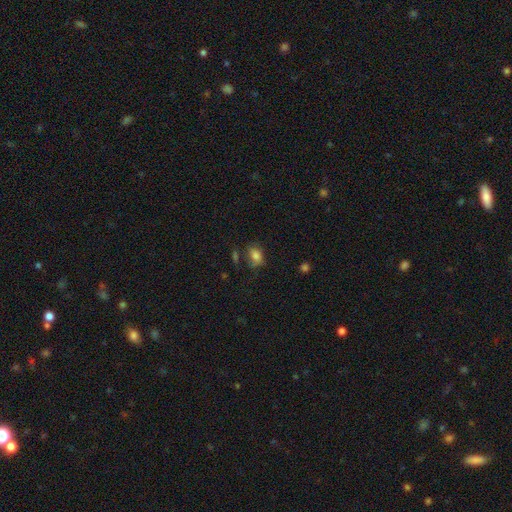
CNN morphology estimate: This is likely a smooth galaxy (80%). How rounded: likely in between (76%). Merging: possibly none (59%).